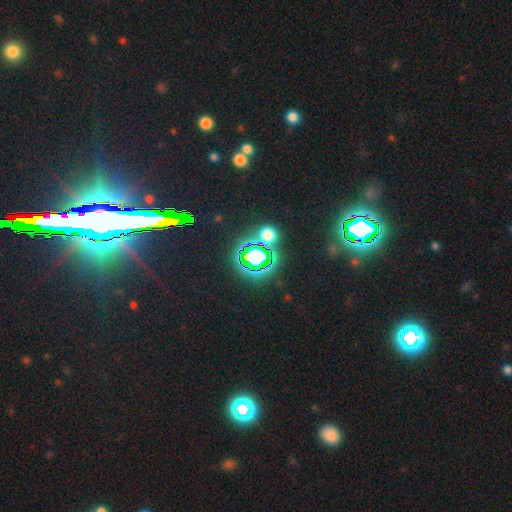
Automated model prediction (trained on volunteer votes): A star or artifact, not a galaxy (72%).

Vote fractions:
- Smooth or featured? star or artifact: 72% / smooth: 18% / featured or disk: 10%